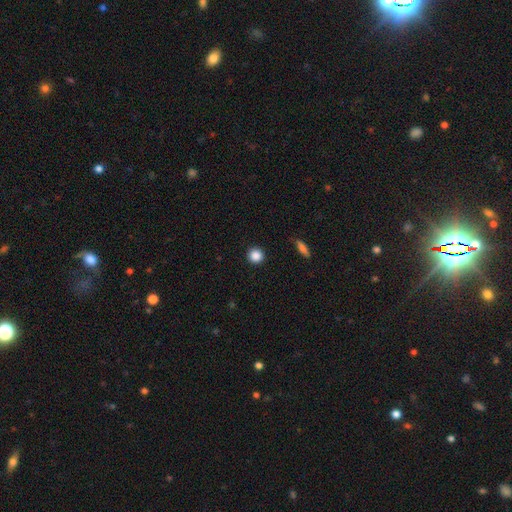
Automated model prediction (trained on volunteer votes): This appears to be a smooth galaxy with no disk features (87%) that is round (94%). Merging: none (92%).